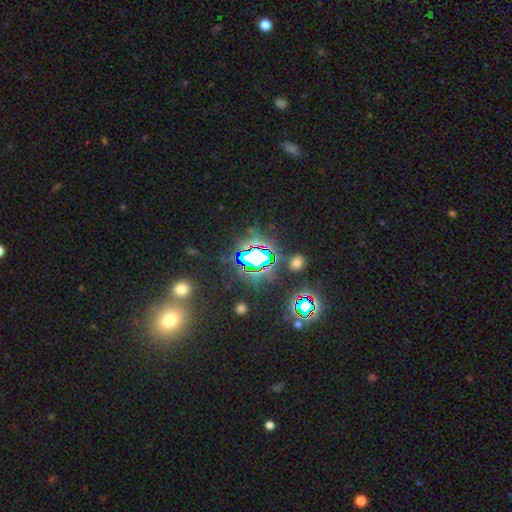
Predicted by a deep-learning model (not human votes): A star or artifact, not a galaxy (75%).